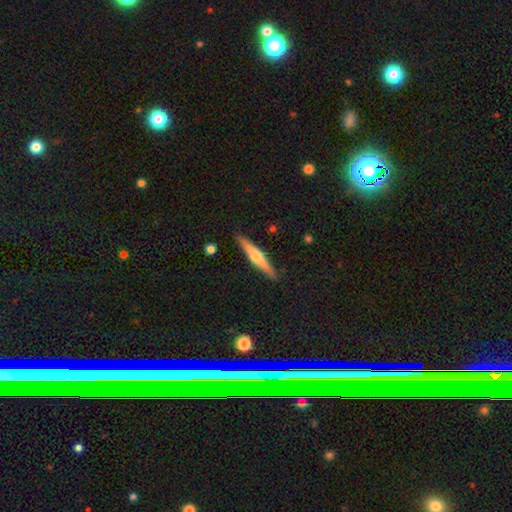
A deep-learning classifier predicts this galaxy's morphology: A featured or disk galaxy (58%) viewed edge-on (96%) with a rounded central bulge (86%). Merging: none (88%).